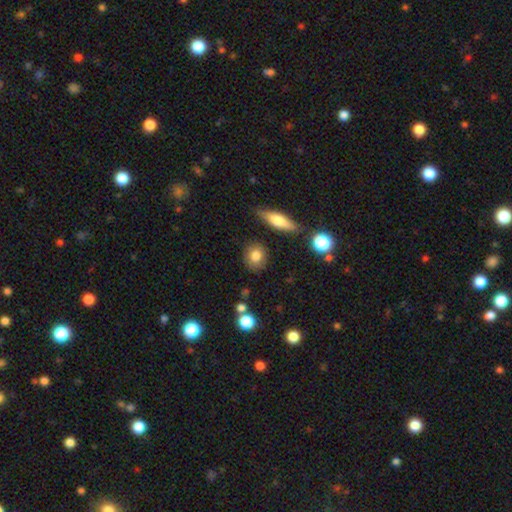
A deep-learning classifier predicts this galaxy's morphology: Smooth or featured? smooth (80%)
How rounded? round (65%)
Merging? none (83%)